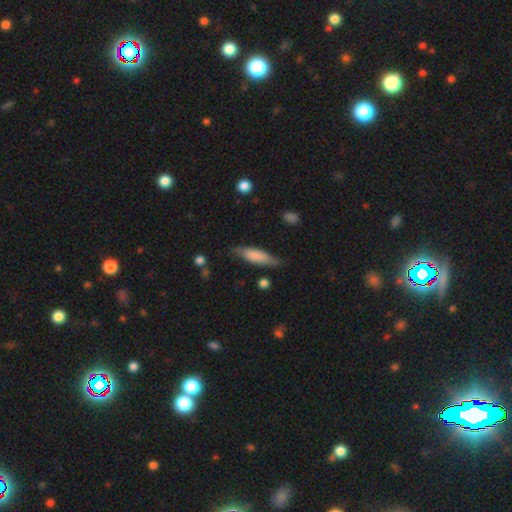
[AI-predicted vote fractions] Q: Smooth or featured?
A: smooth (73%); runner-up: featured or disk (21%)
Q: How rounded?
A: cigar-shaped (65%); runner-up: in between (33%)
Q: Merging?
A: none (75%); runner-up: minor disturbance (19%)